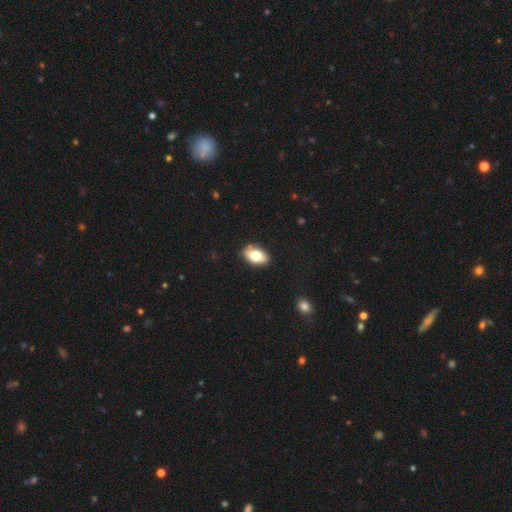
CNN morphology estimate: This is likely a smooth galaxy (75%). How rounded: clearly in between (90%). Merging: clearly none (83%).